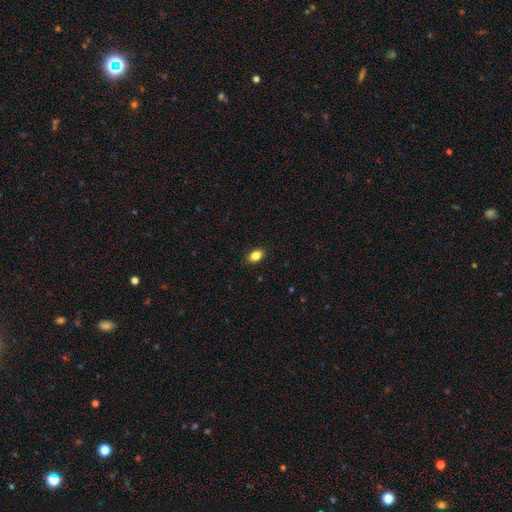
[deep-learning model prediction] Smooth or featured? Predicted: smooth (p=0.85). How rounded? Predicted: in between (p=0.85). Merging? Predicted: none (p=0.89).